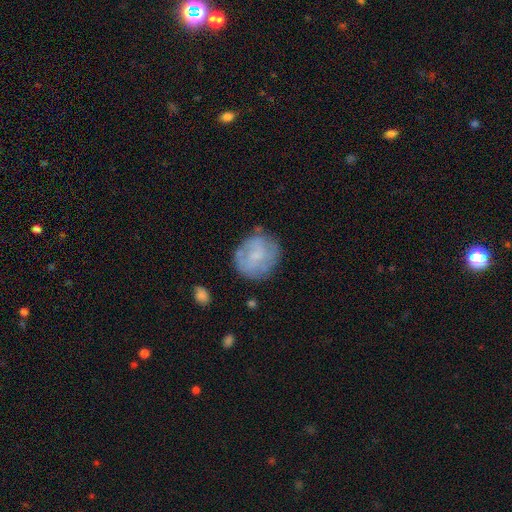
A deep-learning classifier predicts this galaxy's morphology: Smooth or featured?
  - smooth: 55% *
  - featured or disk: 37%
  - star or artifact: 8%
How rounded?
  - round: 78% *
  - in between: 21%
  - cigar-shaped: 1%
Merging?
  - none: 70% *
  - minor disturbance: 20%
  - major disturbance: 8%
  - merger: 3%